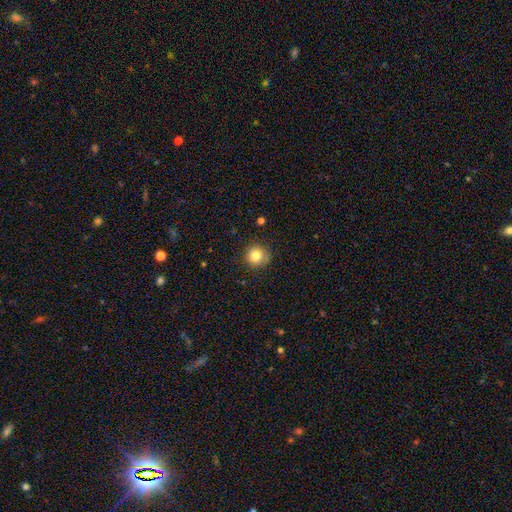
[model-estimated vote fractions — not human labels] The model was most divided on "smooth or featured": smooth: 82%, star or artifact: 11%, featured or disk: 7%. More confident: how rounded — round (93%); merging — none (84%).